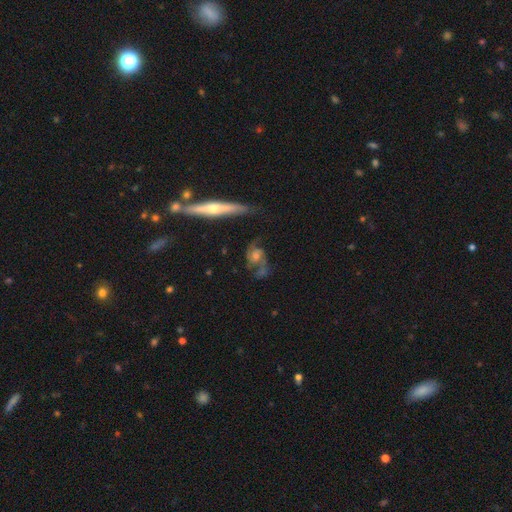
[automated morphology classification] smooth-or-featured: featured or disk: 81% | smooth: 11% | star or artifact: 8%
  disk-edge-on: no: 89% | yes: 11%
    bar: no: 61% | weak: 31% | strong: 8%
    has-spiral-arms: yes: 93% | no: 7%
      spiral-winding: medium: 49% | loose: 33% | tight: 18%
      spiral-arm-count: 2: 88% | can't tell: 5% | 3: 2% | 1: 2% | 4: 1% | more than 4: 1%
    bulge-size: moderate: 46% | small: 32% | large: 10% | none: 10% | dominant: 2%
  merging: none: 62% | minor disturbance: 19% | major disturbance: 13% | merger: 6%